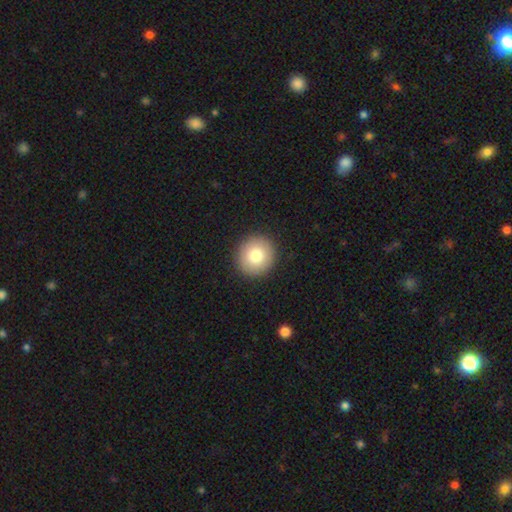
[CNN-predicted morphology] smooth-or-featured: smooth: 81% | featured or disk: 11% | star or artifact: 9%
  how-rounded: round: 93% | in between: 6% | cigar-shaped: 1%
  merging: none: 92% | minor disturbance: 5% | major disturbance: 2% | merger: 1%